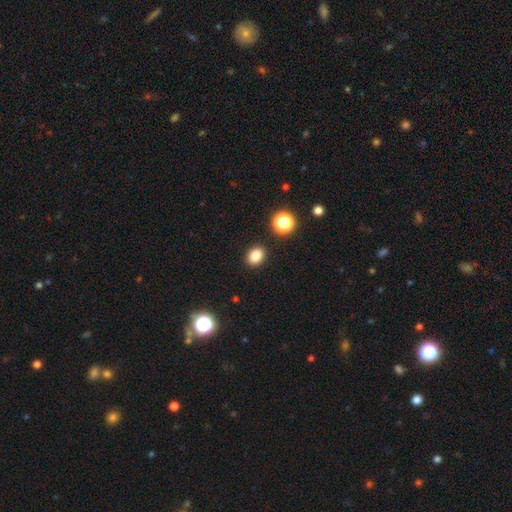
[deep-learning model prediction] smooth 83%, star or artifact 12%, featured or disk 5%. Down the decision tree: how rounded — in between (60%); merging — none (88%).